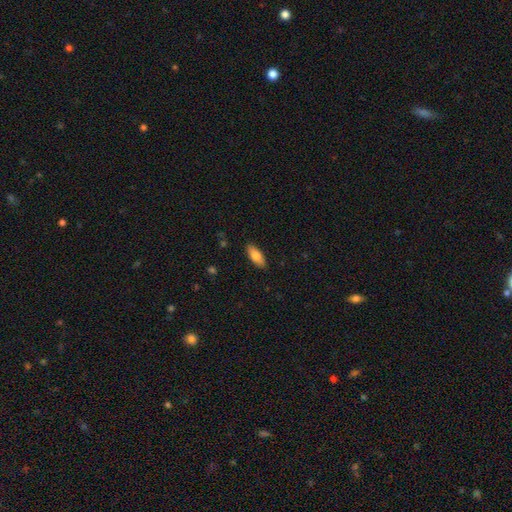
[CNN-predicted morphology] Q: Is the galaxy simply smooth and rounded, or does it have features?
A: smooth — 80%.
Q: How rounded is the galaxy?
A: in between — 78%.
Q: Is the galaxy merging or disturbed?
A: none — 89%.